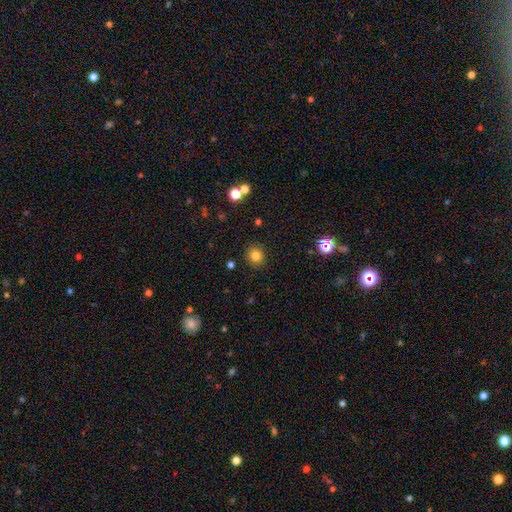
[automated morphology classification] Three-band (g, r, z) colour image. It shows a smooth galaxy with no disk features (81%) that is round (82%). Merging: none (89%).